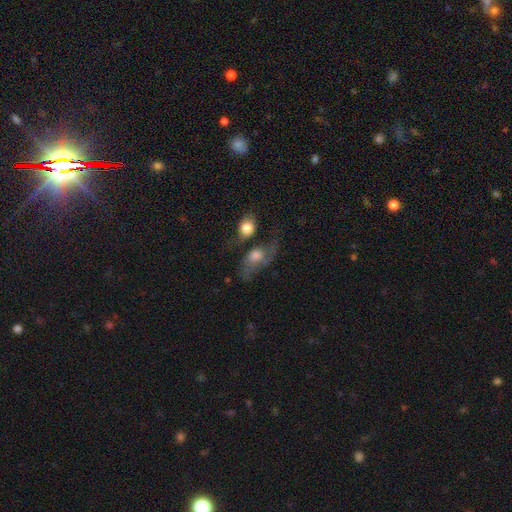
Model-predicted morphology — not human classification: type=smooth (47%); merging=merger (31%).